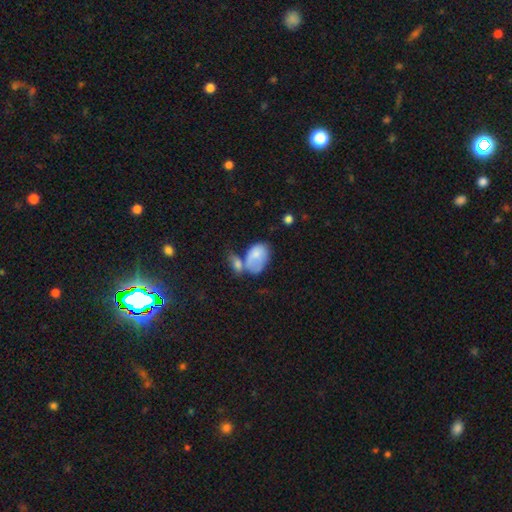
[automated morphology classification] type=smooth (72%); roundness=in between (87%); merging=merger (43%).